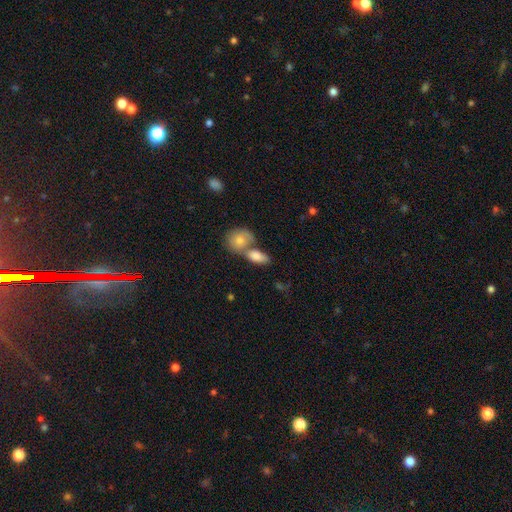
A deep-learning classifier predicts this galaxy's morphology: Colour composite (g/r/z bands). It shows a smooth galaxy with no disk features (81%) that is in between round and cigar-shaped (84%). Merging: merger (50%).